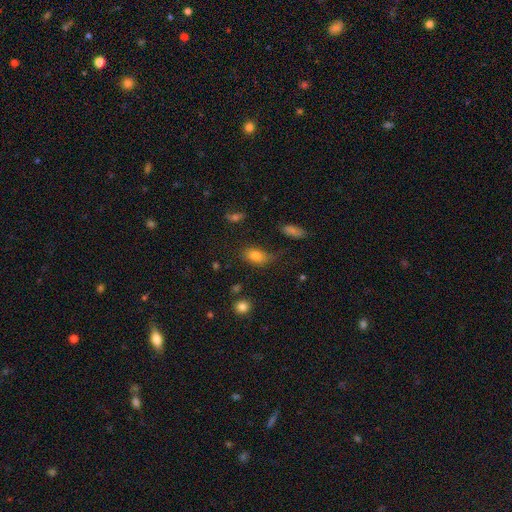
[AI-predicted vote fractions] This appears to be a smooth galaxy with no disk features (80%) that is in between round and cigar-shaped (87%). Merging: none (64%).